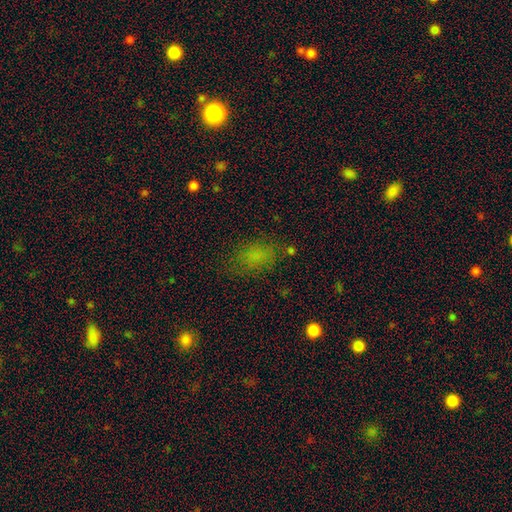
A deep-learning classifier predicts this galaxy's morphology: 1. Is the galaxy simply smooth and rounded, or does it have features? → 68% smooth, 23% star or artifact, 9% featured or disk.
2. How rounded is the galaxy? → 79% in between, 18% round, 3% cigar-shaped.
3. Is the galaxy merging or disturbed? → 72% none, 18% minor disturbance, 8% major disturbance, 2% merger.